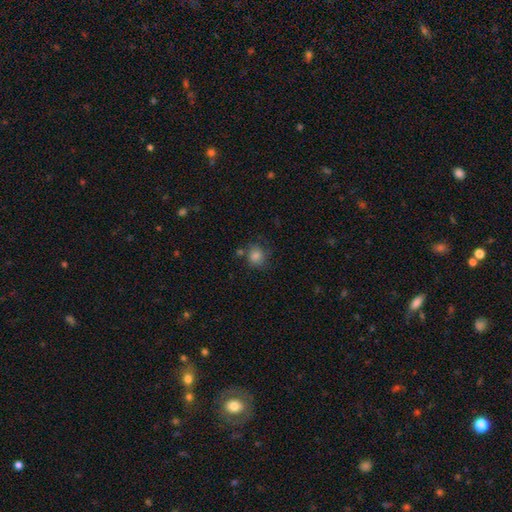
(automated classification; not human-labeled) Smooth or featured? Predicted: smooth (p=0.80). How rounded? Predicted: round (p=0.77). Merging? Predicted: none (p=0.67).